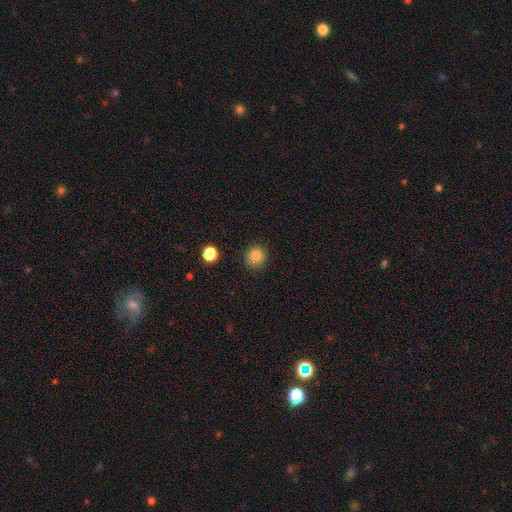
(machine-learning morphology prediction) type=smooth (84%); roundness=round (88%); merging=none (88%).